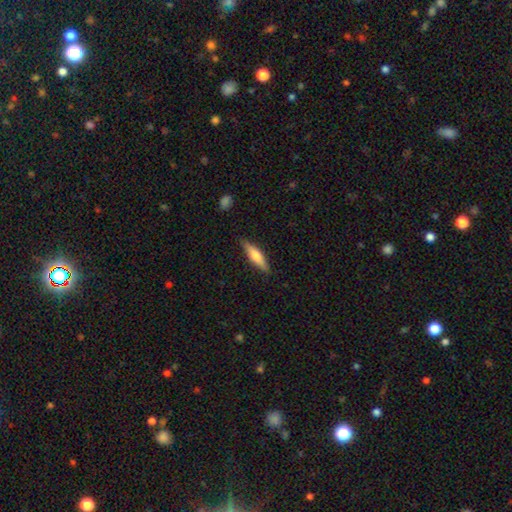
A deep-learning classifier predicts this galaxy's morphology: This is possibly a smooth galaxy (52%). How rounded: likely cigar-shaped (73%). Merging: clearly none (86%).